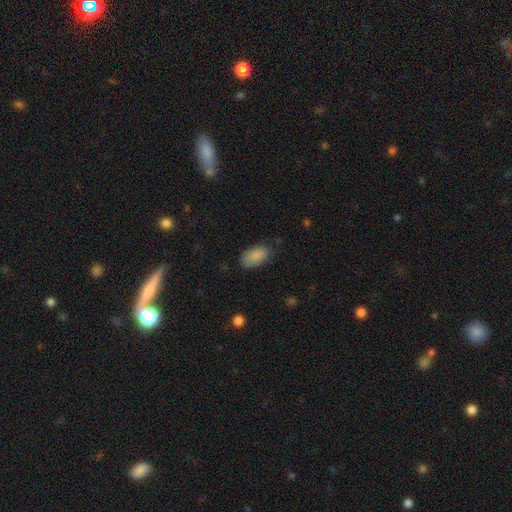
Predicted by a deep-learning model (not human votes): This appears to be a smooth galaxy with no disk features (87%) that is in between round and cigar-shaped (94%). Merging: none (69%).